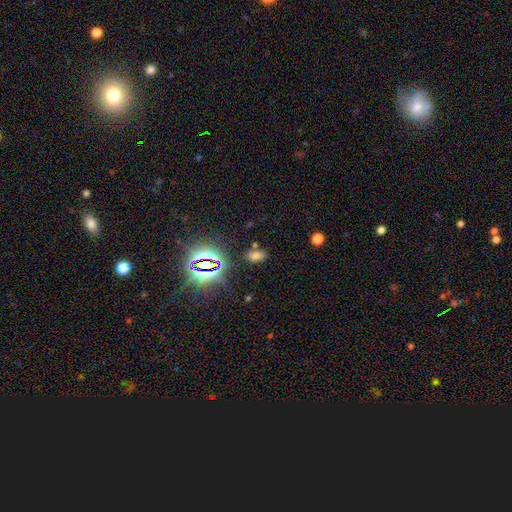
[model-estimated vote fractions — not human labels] Q: Smooth or featured?
A: smooth (59%); runner-up: star or artifact (31%)
Q: How rounded?
A: in between (89%); runner-up: round (8%)
Q: Merging?
A: none (78%); runner-up: minor disturbance (11%)